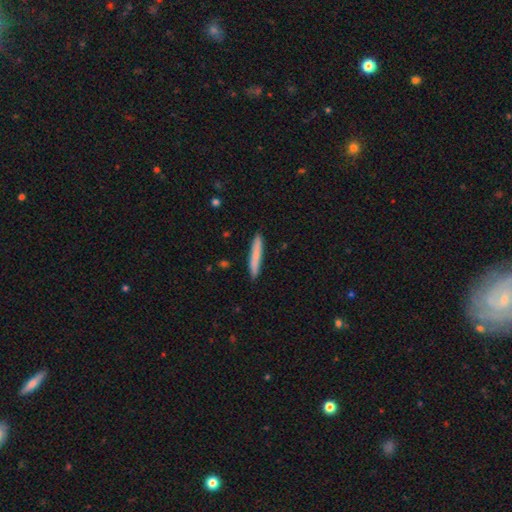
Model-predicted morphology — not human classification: Smooth or featured: smooth — 77% (featured or disk — 18%)
How rounded: cigar-shaped — 95% (in between — 4%)
Merging: none — 89% (minor disturbance — 8%)